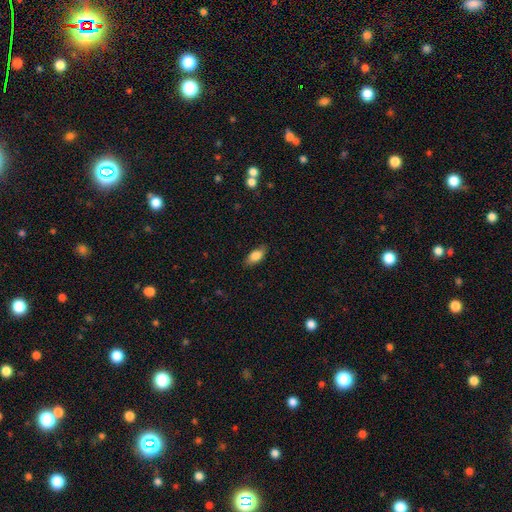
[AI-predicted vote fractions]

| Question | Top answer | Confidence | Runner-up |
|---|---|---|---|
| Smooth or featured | smooth | 84% | featured or disk (9%) |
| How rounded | in between | 87% | cigar-shaped (9%) |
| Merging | none | 81% | minor disturbance (15%) |